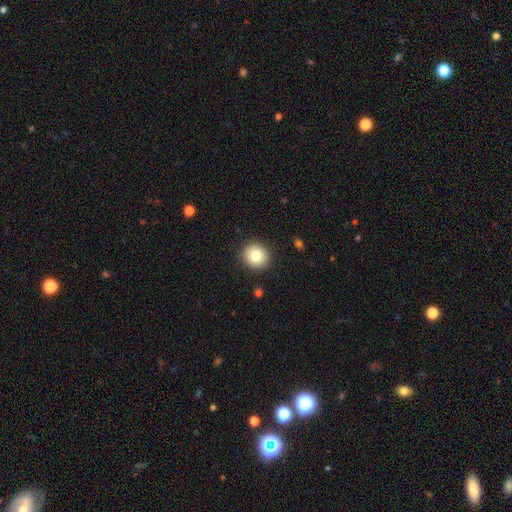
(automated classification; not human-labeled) Smooth or featured? Predicted: smooth (p=0.80). How rounded? Predicted: round (p=0.89). Merging? Predicted: none (p=0.91).